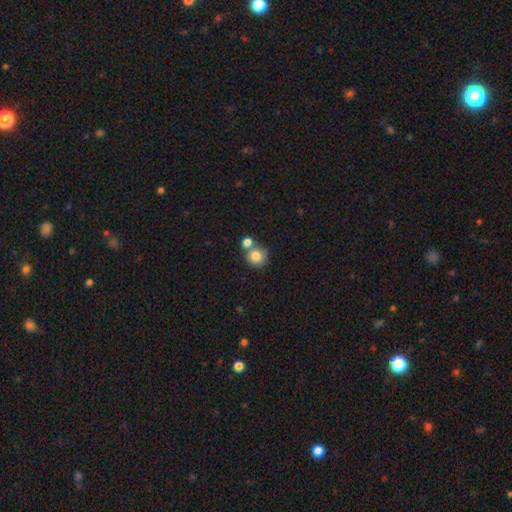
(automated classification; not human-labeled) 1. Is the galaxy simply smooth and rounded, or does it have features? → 81% smooth, 10% featured or disk, 9% star or artifact.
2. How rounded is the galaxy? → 88% round, 11% in between, 1% cigar-shaped.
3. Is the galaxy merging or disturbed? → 52% none, 35% merger, 9% minor disturbance, 3% major disturbance.